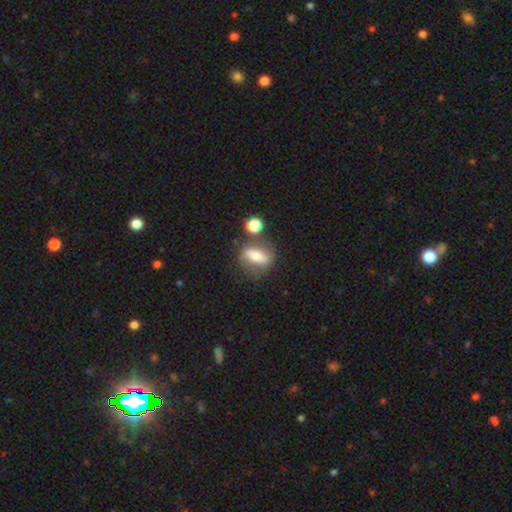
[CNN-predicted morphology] Smooth or featured? smooth (47%)
Merging? none (61%)